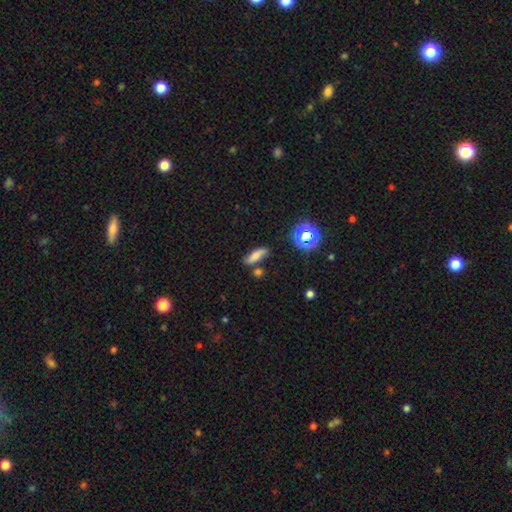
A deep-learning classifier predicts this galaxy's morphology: Smooth or featured?
  - smooth: 68% *
  - featured or disk: 20%
  - star or artifact: 13%
How rounded?
  - in between: 47% *
  - cigar-shaped: 46%
  - round: 7%
Merging?
  - none: 73% *
  - minor disturbance: 16%
  - merger: 7%
  - major disturbance: 4%